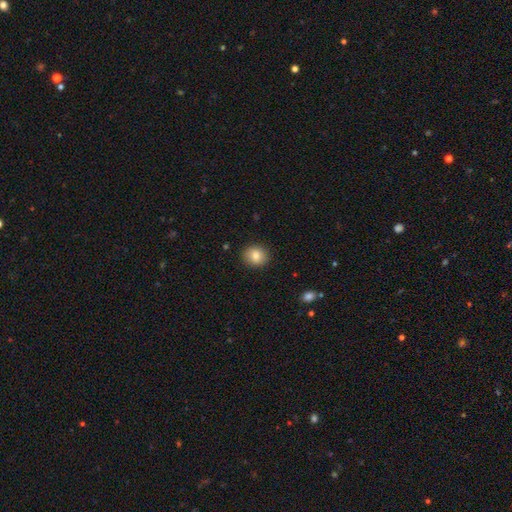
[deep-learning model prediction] A smooth galaxy with no disk features (82%) that is round (80%).

Vote fractions:
- Smooth or featured? smooth: 82% / star or artifact: 9% / featured or disk: 9%
- How rounded? round: 80% / in between: 20% / cigar-shaped: 1%
- Merging? none: 89% / minor disturbance: 8% / major disturbance: 2% / merger: 1%